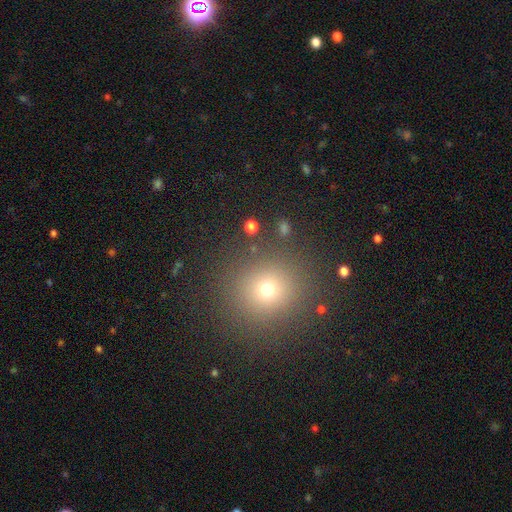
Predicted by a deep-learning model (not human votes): Overall: smooth (61%; star or artifact 31%). How rounded: round (91%). Merging: none (90%).